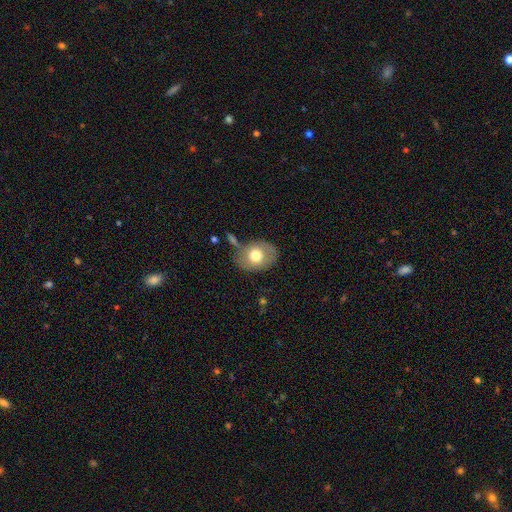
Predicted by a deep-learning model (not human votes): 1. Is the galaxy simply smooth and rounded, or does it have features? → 68% smooth, 25% featured or disk, 7% star or artifact.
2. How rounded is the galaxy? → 67% in between, 32% round, 1% cigar-shaped.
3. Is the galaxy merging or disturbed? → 63% none, 20% minor disturbance, 9% merger, 7% major disturbance.